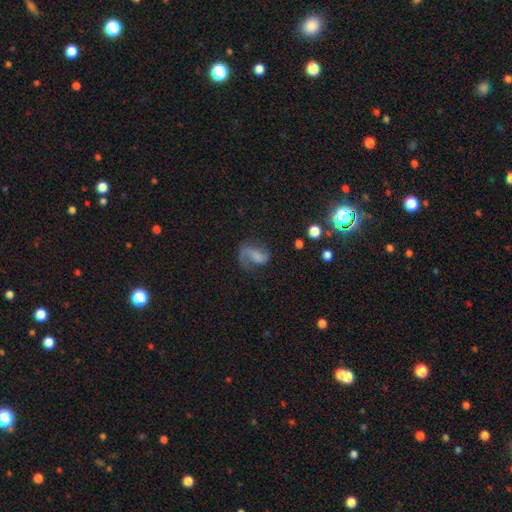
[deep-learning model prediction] This appears to be a featured or disk galaxy (61%) with no bar (53%), 2 (52%) loose (58%) spiral arms (88%) and no central bulge (59%). Merging: none (44%).